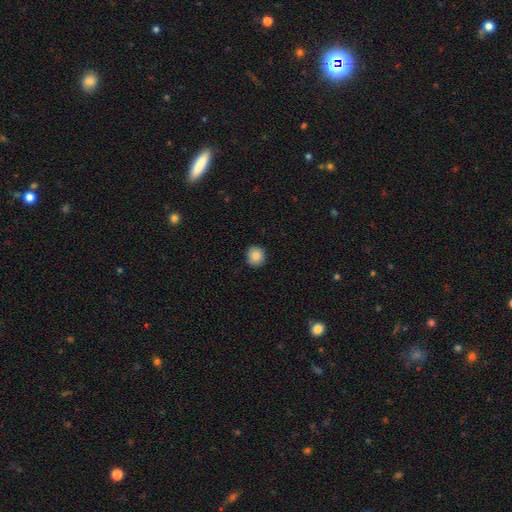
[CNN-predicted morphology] type=smooth (86%); roundness=round (90%); merging=none (90%).